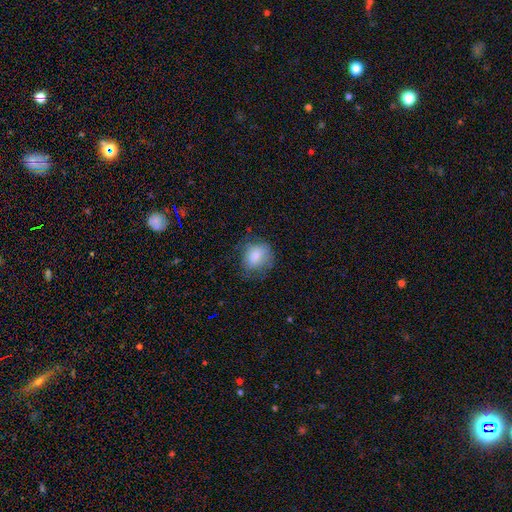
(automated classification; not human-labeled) Q: Smooth or featured?
A: smooth (77%); runner-up: featured or disk (14%)
Q: How rounded?
A: round (63%); runner-up: in between (36%)
Q: Merging?
A: none (57%); runner-up: minor disturbance (27%)